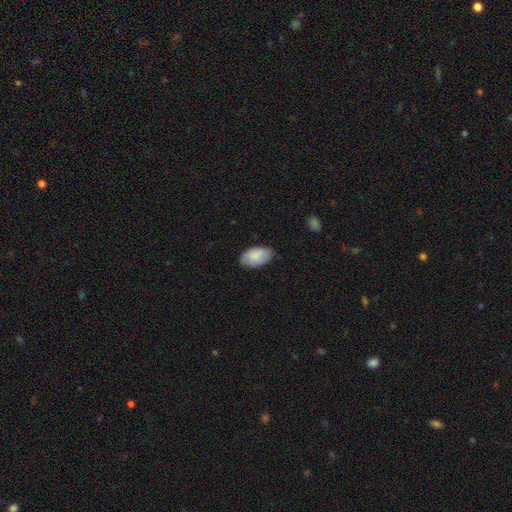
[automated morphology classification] The model was most divided on "merging": none: 80%, minor disturbance: 17%, major disturbance: 3%, merger: 1%. More confident: how rounded — in between (94%); smooth or featured — smooth (84%).